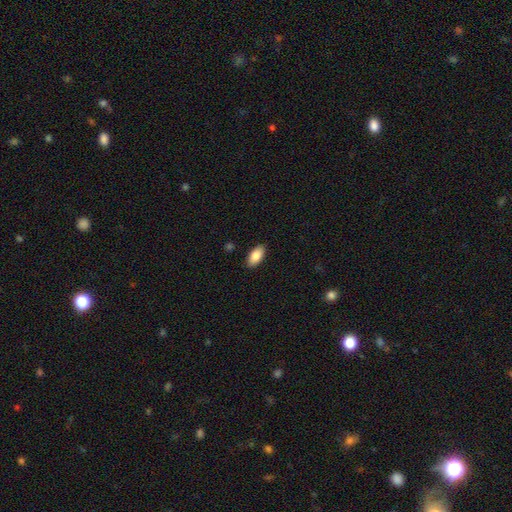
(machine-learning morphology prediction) A smooth galaxy with no disk features (86%) that is in between round and cigar-shaped (92%). Merging: none (89%).